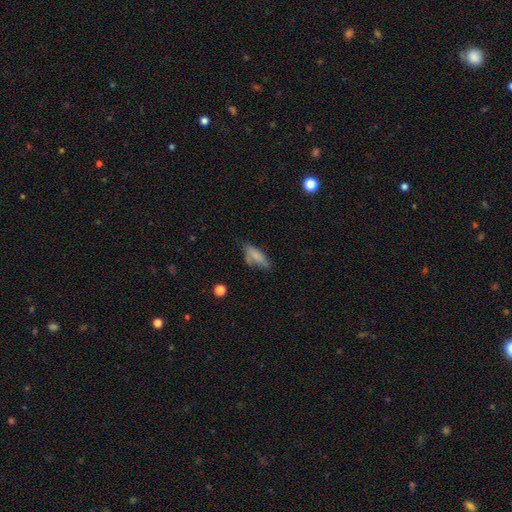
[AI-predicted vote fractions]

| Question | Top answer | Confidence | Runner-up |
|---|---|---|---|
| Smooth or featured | smooth | 76% | featured or disk (16%) |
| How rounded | in between | 71% | cigar-shaped (27%) |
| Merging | none | 52% | minor disturbance (31%) |